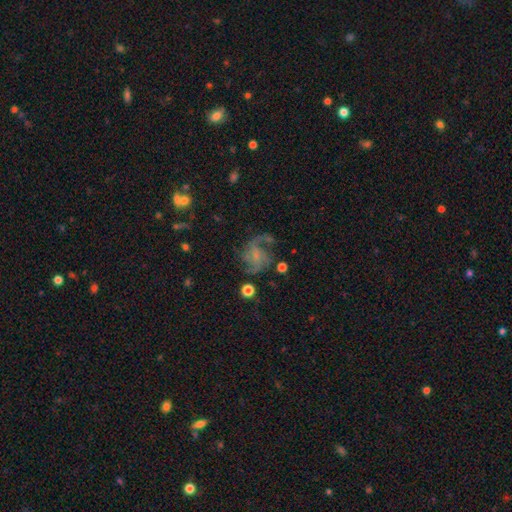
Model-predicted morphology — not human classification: Smooth or featured: featured or disk — 77% (smooth — 14%)
Edge-on disk: no — 98% (yes — 2%)
Bar: no — 55% (weak — 37%)
Spiral arms: yes — 92% (no — 8%)
Spiral winding: medium — 44% (loose — 41%)
Spiral arm count: 2 — 32% (3 — 28%)
Bulge size: small — 46% (none — 34%)
Merging: none — 54% (major disturbance — 24%)